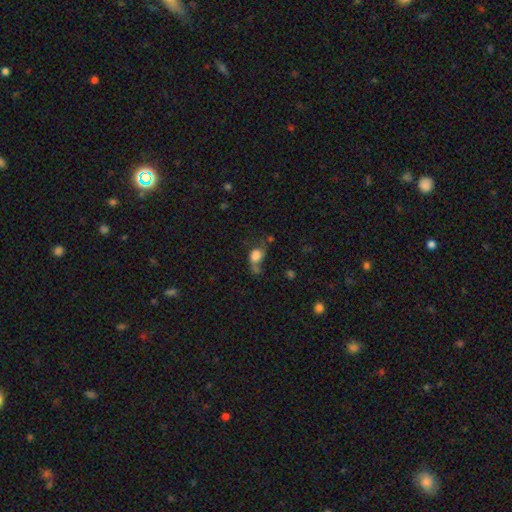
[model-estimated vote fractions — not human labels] A smooth galaxy with no disk features (73%) that is in between round and cigar-shaped (57%). Merging: none (31%).